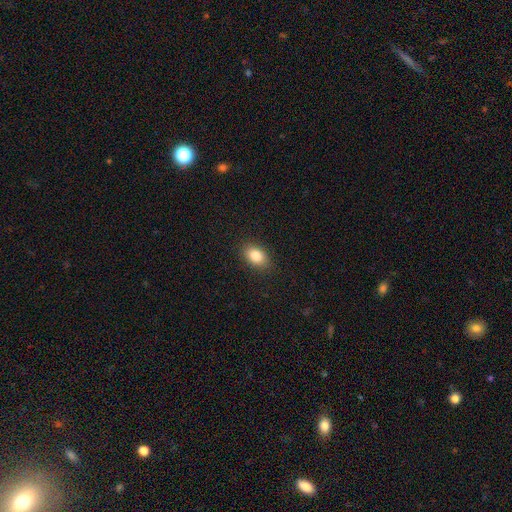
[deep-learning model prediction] Q: Smooth or featured?
A: smooth (84%); runner-up: star or artifact (9%)
Q: How rounded?
A: in between (83%); runner-up: round (15%)
Q: Merging?
A: none (88%); runner-up: minor disturbance (9%)